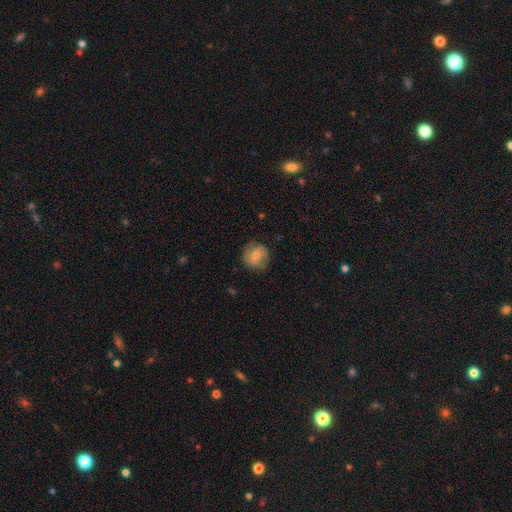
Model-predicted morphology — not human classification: Smooth or featured? smooth (59%)
How rounded? round (83%)
Merging? none (77%)